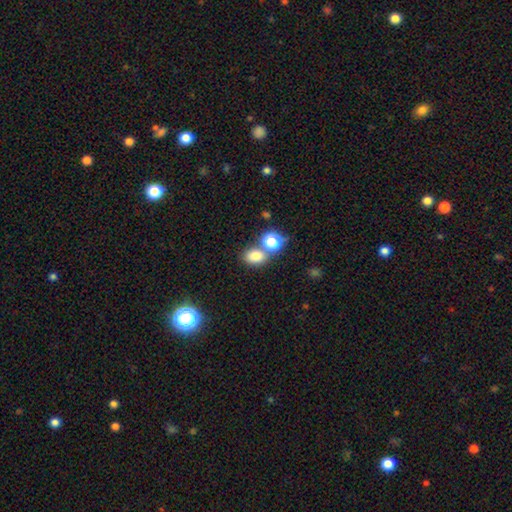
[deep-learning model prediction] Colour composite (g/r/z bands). It shows a smooth galaxy with no disk features (77%) that is in between round and cigar-shaped (62%). Merging: none (60%).